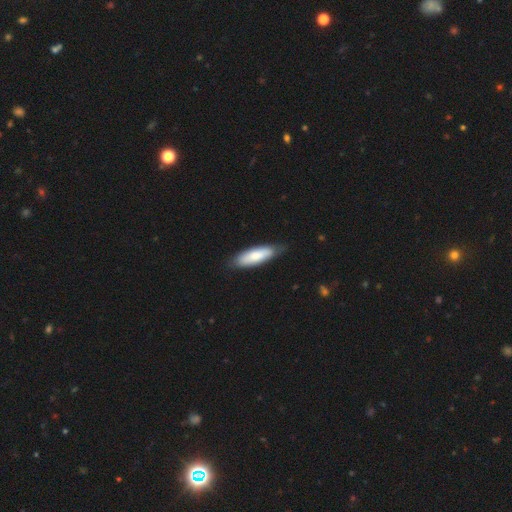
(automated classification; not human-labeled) Overall: smooth (76%). How rounded: in between (53%; cigar-shaped 46%). Merging: none (78%).